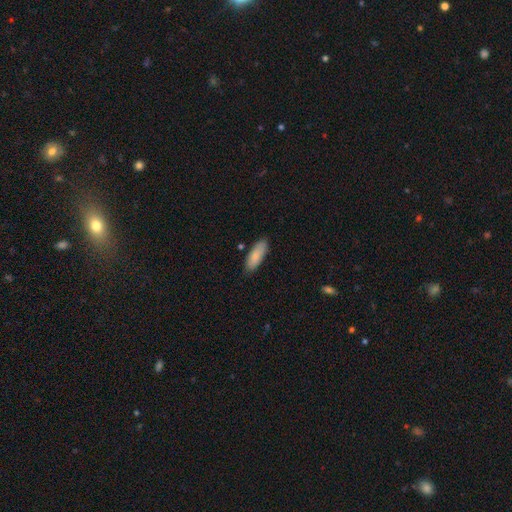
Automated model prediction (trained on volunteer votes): This appears to be a smooth galaxy with no disk features (84%) that is in between round and cigar-shaped (69%). Merging: none (81%).